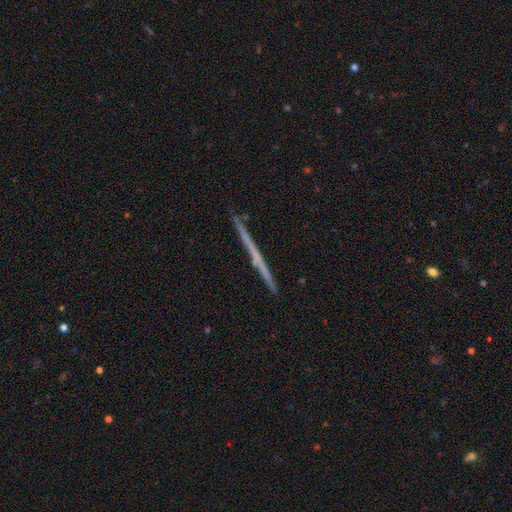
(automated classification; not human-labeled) The model was most divided on "smooth or featured": featured or disk: 62%, smooth: 31%, star or artifact: 7%. More confident: edge-on disk — yes (98%); merging — none (92%); edge-on bulge — none (87%).